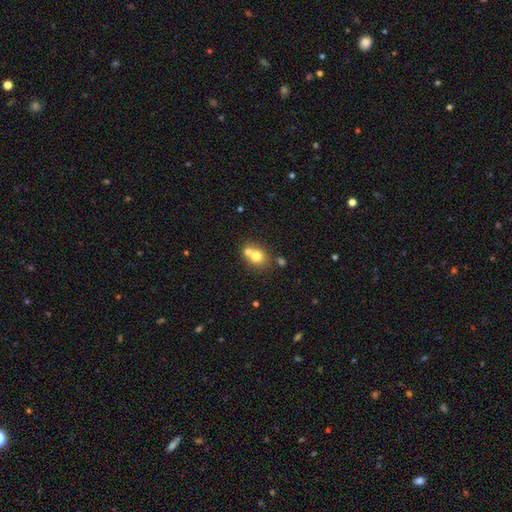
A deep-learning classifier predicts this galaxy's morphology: Smooth or featured? Predicted: smooth (p=0.72). How rounded? Predicted: round (p=0.71). Merging? Predicted: merger (p=0.51).